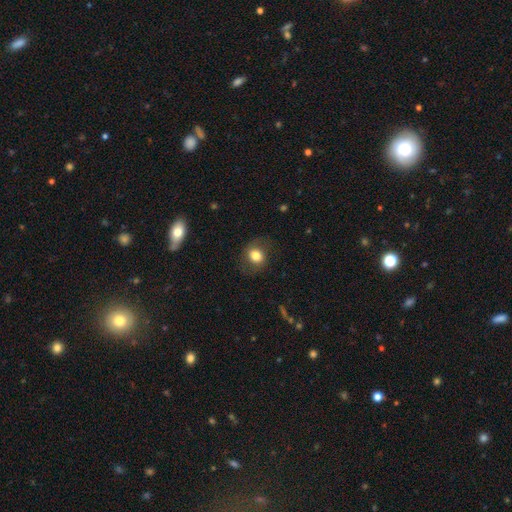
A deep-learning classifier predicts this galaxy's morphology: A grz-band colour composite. It shows a smooth galaxy with no disk features (73%) that is round (70%). Merging: none (75%).